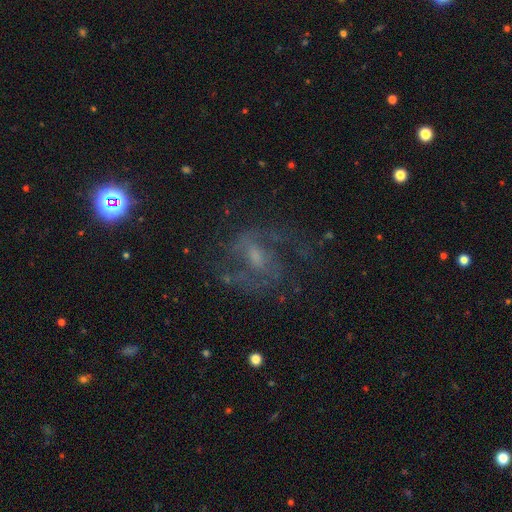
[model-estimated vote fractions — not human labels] smooth-or-featured: featured or disk: 76% | star or artifact: 13% | smooth: 11%
  disk-edge-on: no: 97% | yes: 3%
    bar: weak: 51% | no: 33% | strong: 16%
    has-spiral-arms: yes: 89% | no: 11%
      spiral-winding: medium: 54% | loose: 27% | tight: 20%
      spiral-arm-count: 2: 70% | can't tell: 15% | 3: 6% | 1: 4% | 4: 2% | more than 4: 2%
    bulge-size: small: 41% | moderate: 37% | none: 16% | large: 5% | dominant: 1%
  merging: none: 63% | major disturbance: 18% | minor disturbance: 17% | merger: 2%